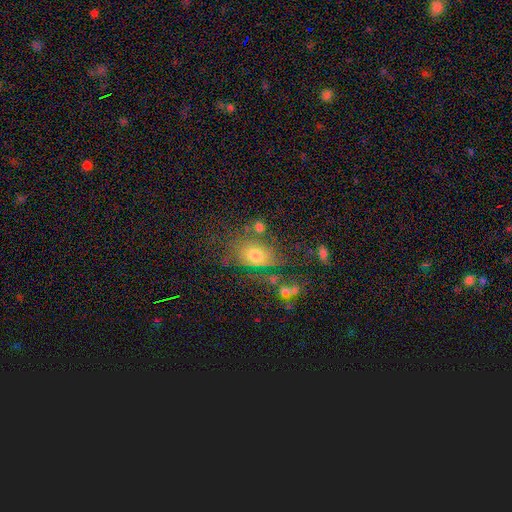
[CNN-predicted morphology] Smooth or featured? Predicted: smooth (p=0.62). How rounded? Predicted: in between (p=0.75). Merging? Predicted: none (p=0.49).